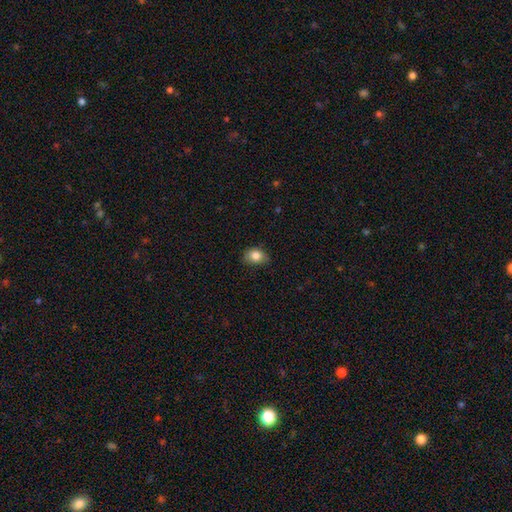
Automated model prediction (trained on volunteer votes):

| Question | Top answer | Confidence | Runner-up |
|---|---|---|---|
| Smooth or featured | smooth | 83% | star or artifact (9%) |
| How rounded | in between | 66% | round (33%) |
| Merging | none | 70% | minor disturbance (24%) |